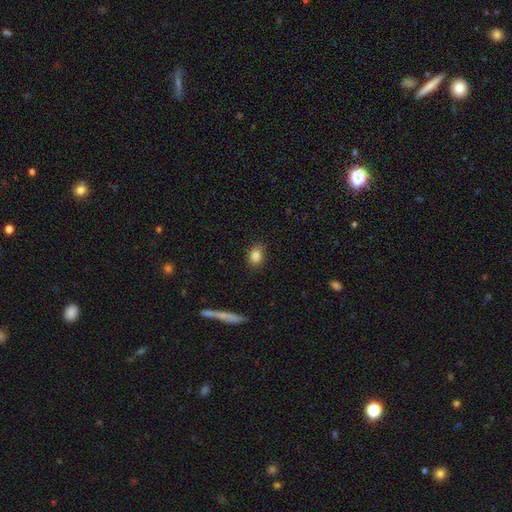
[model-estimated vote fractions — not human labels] smooth-or-featured: smooth: 83% | star or artifact: 9% | featured or disk: 8%
  how-rounded: in between: 63% | round: 35% | cigar-shaped: 2%
  merging: none: 85% | minor disturbance: 12% | major disturbance: 2% | merger: 1%